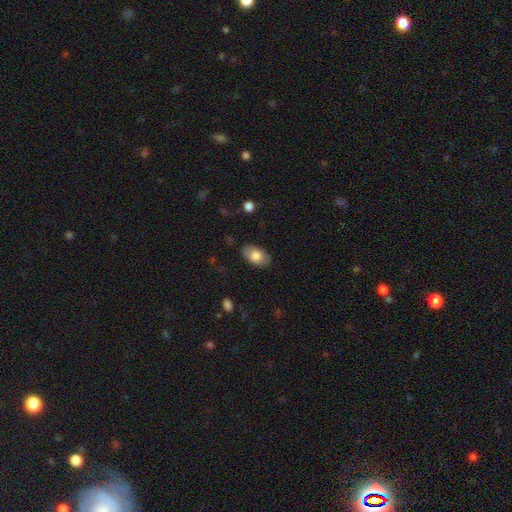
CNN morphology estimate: A smooth galaxy with no disk features (78%) that is in between round and cigar-shaped (93%).

Vote fractions:
- Smooth or featured? smooth: 78% / featured or disk: 16% / star or artifact: 6%
- How rounded? in between: 93% / round: 6% / cigar-shaped: 1%
- Merging? none: 85% / minor disturbance: 11% / major disturbance: 3% / merger: 1%